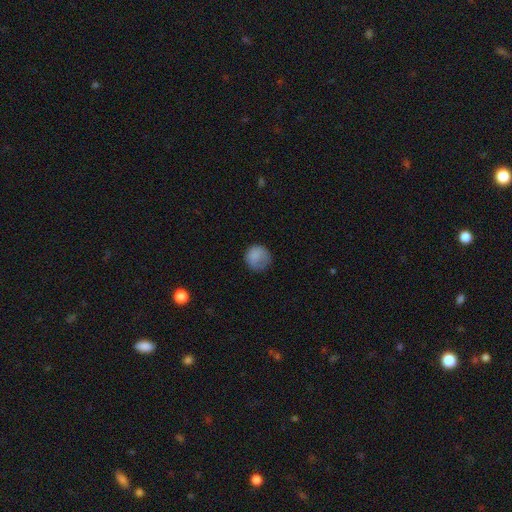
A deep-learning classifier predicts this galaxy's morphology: Q: Smooth or featured?
A: smooth (83%); runner-up: star or artifact (9%)
Q: How rounded?
A: round (88%); runner-up: in between (11%)
Q: Merging?
A: none (66%); runner-up: minor disturbance (22%)